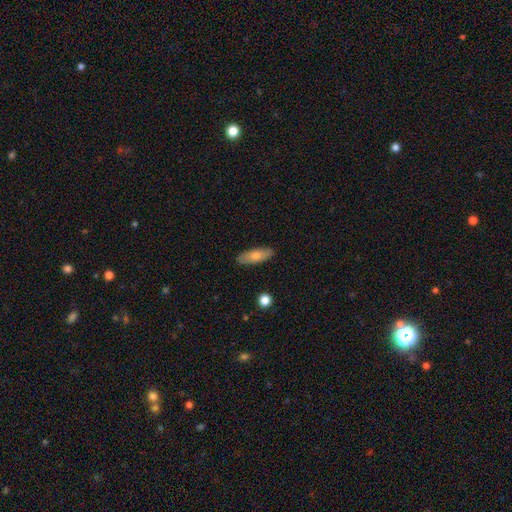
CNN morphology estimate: A smooth galaxy with no disk features (73%) that is in between round and cigar-shaped (60%). Merging: none (88%).